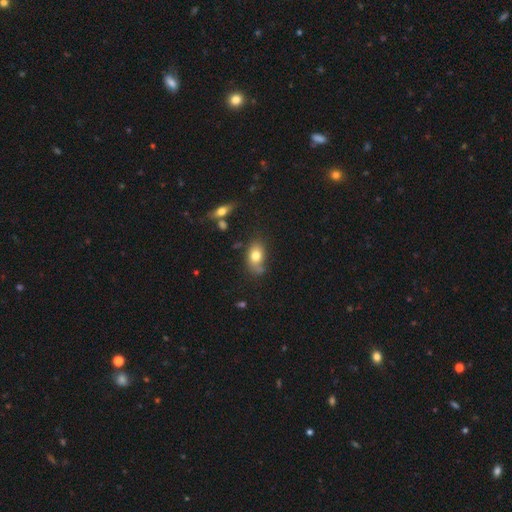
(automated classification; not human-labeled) This is likely a smooth galaxy (76%). How rounded: clearly in between (82%). Merging: possibly none (57%).